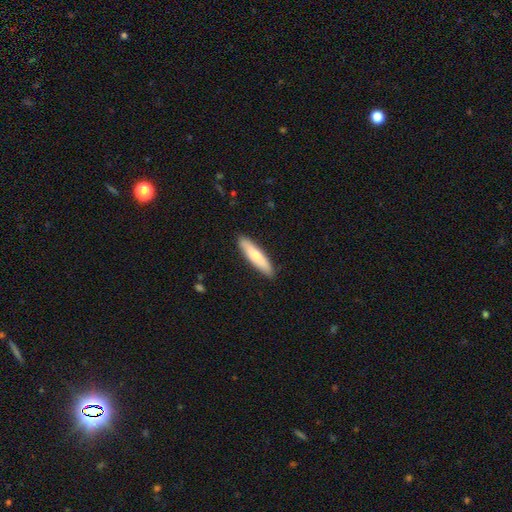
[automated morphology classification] A smooth galaxy with no disk features (74%) that is cigar-shaped (80%).

Vote fractions:
- Smooth or featured? smooth: 74% / featured or disk: 21% / star or artifact: 5%
- How rounded? cigar-shaped: 80% / in between: 19% / round: 1%
- Merging? none: 89% / minor disturbance: 8% / major disturbance: 2% / merger: 1%